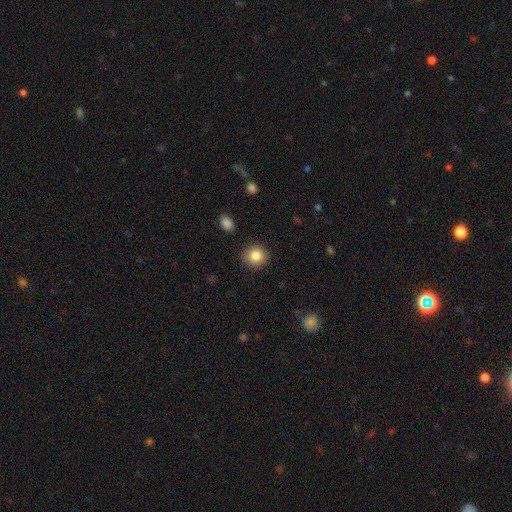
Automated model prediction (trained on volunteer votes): This appears to be a smooth galaxy with no disk features (85%) that is round (88%). Merging: none (90%).